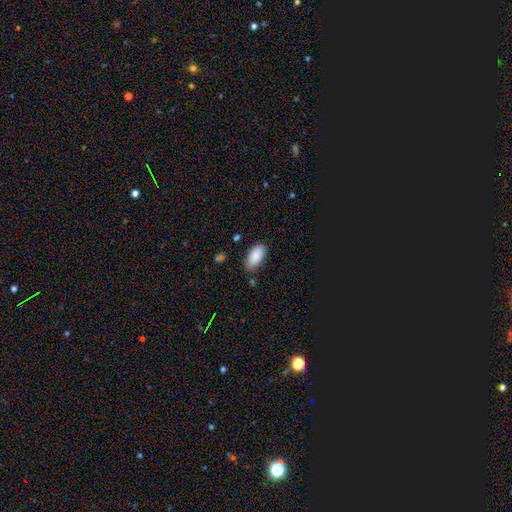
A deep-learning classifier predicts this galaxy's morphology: Smooth or featured?
  - smooth: 88% *
  - star or artifact: 7%
  - featured or disk: 6%
How rounded?
  - in between: 94% *
  - cigar-shaped: 3%
  - round: 2%
Merging?
  - none: 75% *
  - minor disturbance: 19%
  - major disturbance: 4%
  - merger: 3%